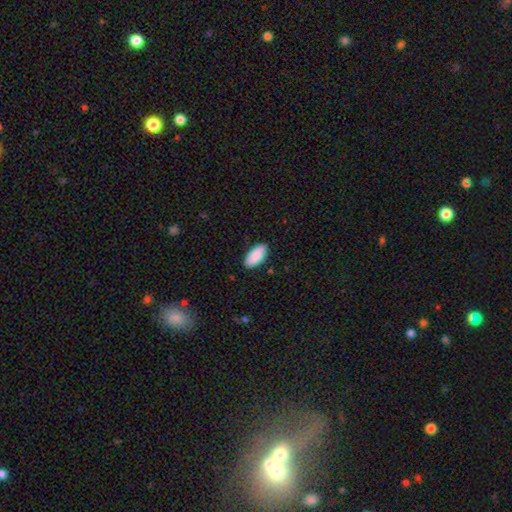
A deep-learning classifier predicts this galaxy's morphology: The model was most divided on "merging": none: 87%, minor disturbance: 10%, major disturbance: 2%, merger: 1%. More confident: how rounded — in between (92%); smooth or featured — smooth (88%).